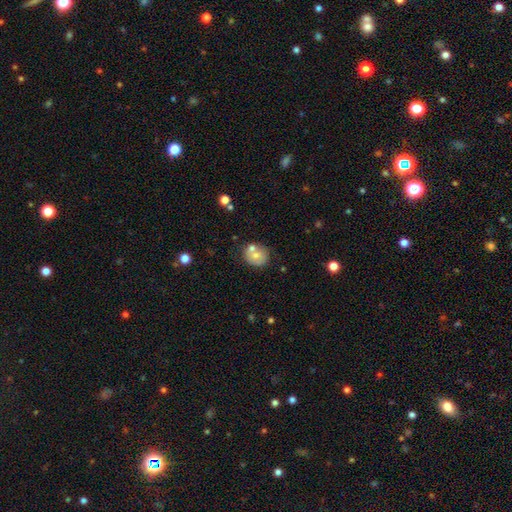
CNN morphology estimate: A smooth galaxy with no disk features (65%) that is round (75%).

Vote fractions:
- Smooth or featured? smooth: 65% / featured or disk: 26% / star or artifact: 9%
- How rounded? round: 75% / in between: 24% / cigar-shaped: 1%
- Merging? none: 61% / merger: 21% / minor disturbance: 14% / major disturbance: 4%